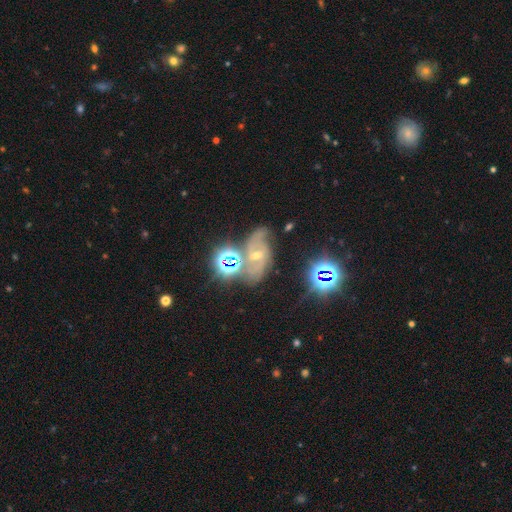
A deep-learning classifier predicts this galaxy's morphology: This is likely a featured or disk galaxy (61%). It is clearly not viewed edge-on (96%). Bar: marginally no (43%). Spiral arm pattern: clearly yes (91%). Spiral arm count: likely 2 (65%). Spiral winding: possibly medium (47%). Central bulge: possibly small (48%). Merging: possibly none (53%).